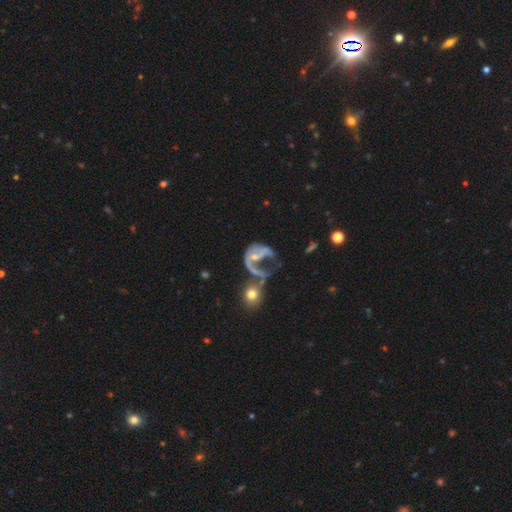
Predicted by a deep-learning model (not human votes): A featured or disk galaxy (68%) with no bar (59%), spiral arms (57%) and a small central bulge (51%).

Vote fractions:
- Smooth or featured? featured or disk: 68% / smooth: 22% / star or artifact: 10%
- Edge-on disk? no: 97% / yes: 3%
- Bar? no: 59% / weak: 28% / strong: 13%
- Spiral arms? yes: 57% / no: 43%
- Bulge size? small: 51% / moderate: 29% / none: 16% / large: 3% / dominant: 2%
- Merging? major disturbance: 49% / merger: 25% / none: 16% / minor disturbance: 11%